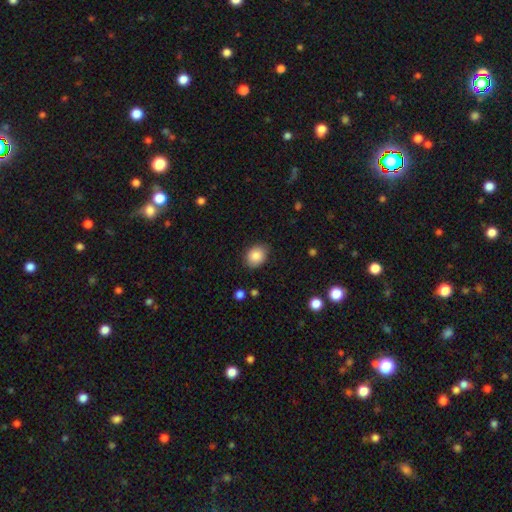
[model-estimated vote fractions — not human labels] smooth 86%, star or artifact 8%, featured or disk 6%. Down the decision tree: how rounded — in between (50%); merging — none (81%).